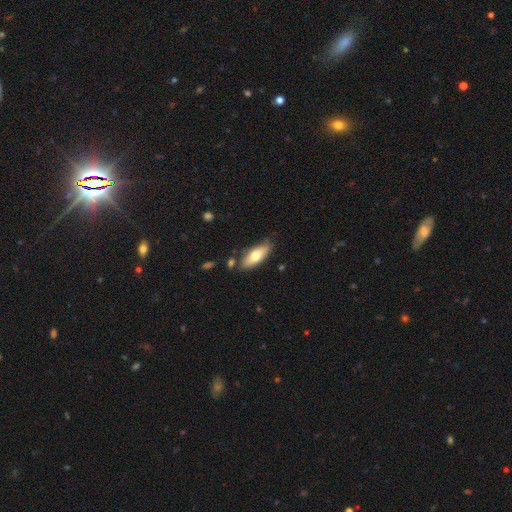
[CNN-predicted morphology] A smooth galaxy with no disk features (70%) that is in between round and cigar-shaped (70%).

Vote fractions:
- Smooth or featured? smooth: 70% / featured or disk: 24% / star or artifact: 6%
- How rounded? in between: 70% / cigar-shaped: 28% / round: 2%
- Merging? none: 78% / minor disturbance: 14% / merger: 4% / major disturbance: 3%